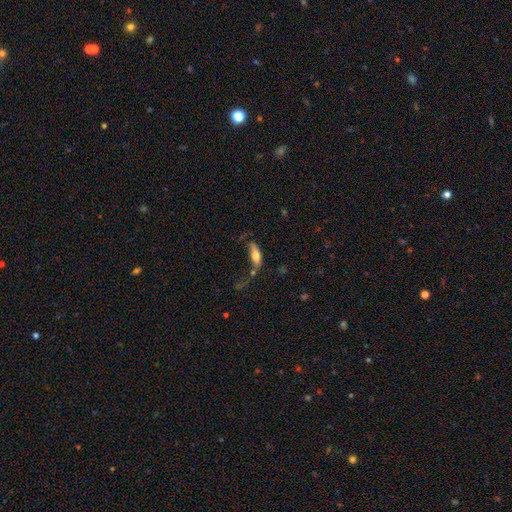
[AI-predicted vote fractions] This appears to be a smooth galaxy with no disk features (69%) that is in between round and cigar-shaped (68%). Merging: none (36%).